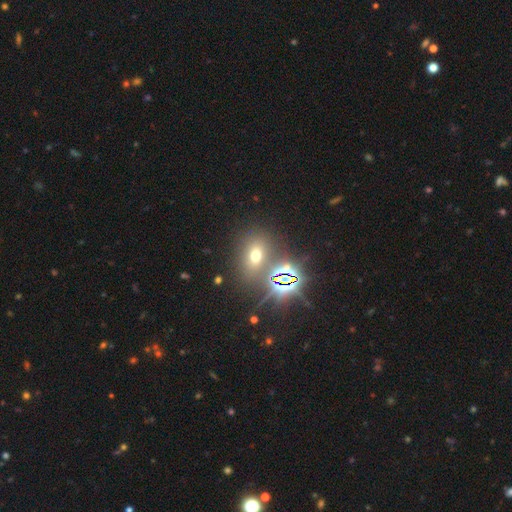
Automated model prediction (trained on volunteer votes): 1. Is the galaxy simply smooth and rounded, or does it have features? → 50% smooth, 38% star or artifact, 12% featured or disk.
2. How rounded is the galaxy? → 62% in between, 35% round, 3% cigar-shaped.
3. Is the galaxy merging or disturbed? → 75% none, 10% minor disturbance, 9% merger, 5% major disturbance.